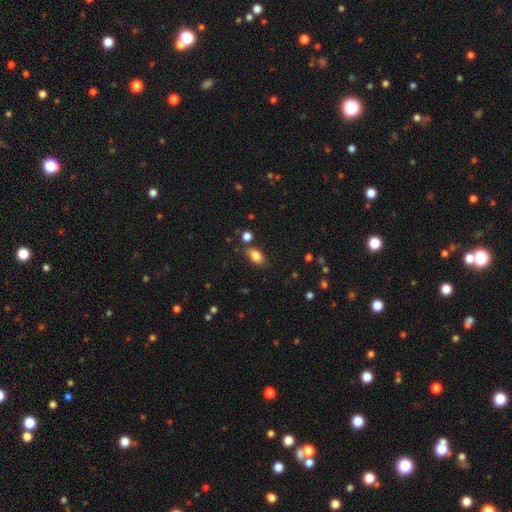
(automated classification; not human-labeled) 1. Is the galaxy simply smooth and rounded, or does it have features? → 82% smooth, 9% featured or disk, 9% star or artifact.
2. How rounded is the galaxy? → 88% in between, 7% round, 5% cigar-shaped.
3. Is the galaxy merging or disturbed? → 75% none, 15% minor disturbance, 6% merger, 4% major disturbance.